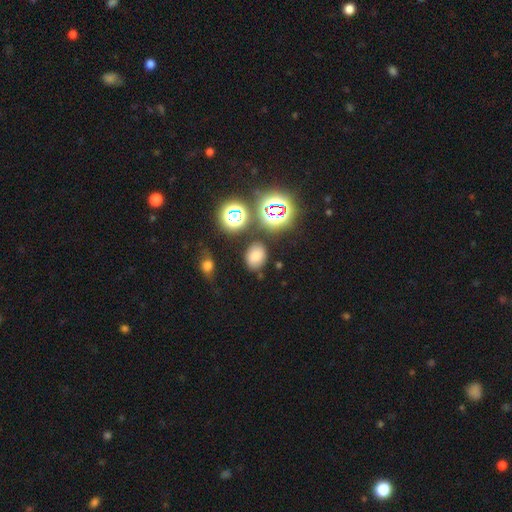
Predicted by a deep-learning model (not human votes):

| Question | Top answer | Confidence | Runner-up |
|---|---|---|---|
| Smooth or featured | smooth | 69% | star or artifact (22%) |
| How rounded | in between | 63% | round (36%) |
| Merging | none | 82% | minor disturbance (11%) |